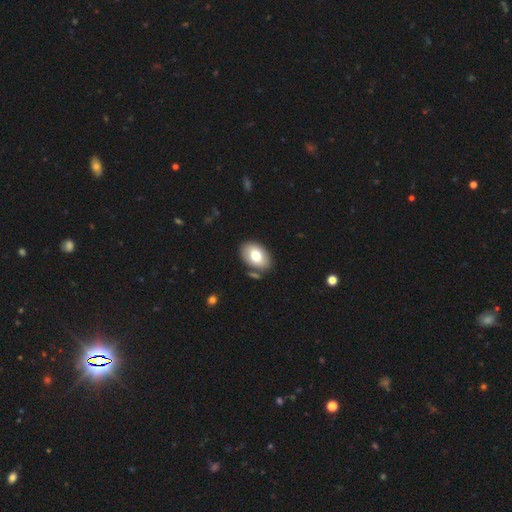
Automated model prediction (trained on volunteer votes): smooth-or-featured: smooth: 75% | featured or disk: 18% | star or artifact: 7%
  how-rounded: in between: 87% | round: 12% | cigar-shaped: 1%
  merging: none: 78% | minor disturbance: 12% | merger: 7% | major disturbance: 3%